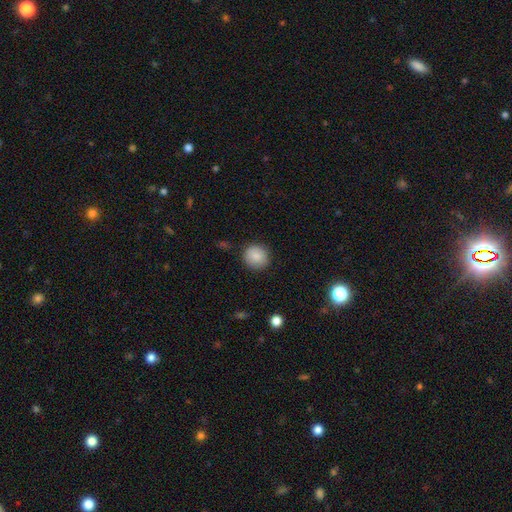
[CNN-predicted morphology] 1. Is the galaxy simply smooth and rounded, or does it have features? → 87% smooth, 8% star or artifact, 5% featured or disk.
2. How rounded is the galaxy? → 88% round, 11% in between, 1% cigar-shaped.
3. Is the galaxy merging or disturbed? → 89% none, 8% minor disturbance, 2% major disturbance, 1% merger.